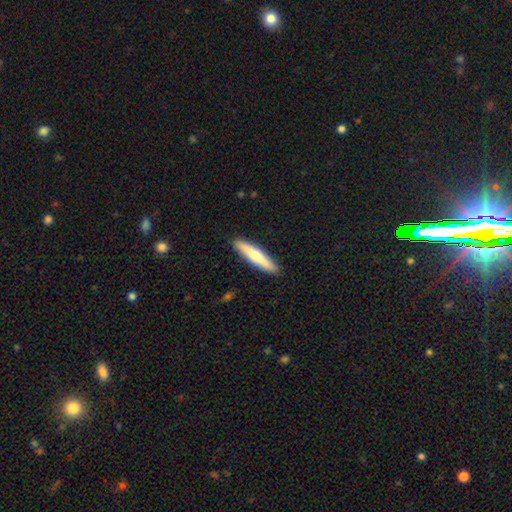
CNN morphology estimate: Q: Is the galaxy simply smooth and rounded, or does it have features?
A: smooth — 61%.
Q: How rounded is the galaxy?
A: cigar-shaped — 89%.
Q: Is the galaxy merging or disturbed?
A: none — 91%.